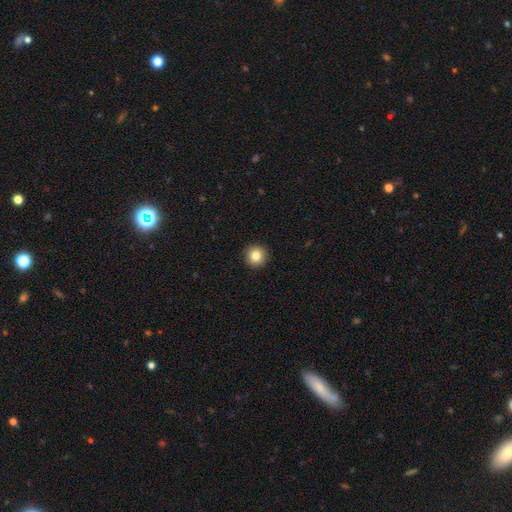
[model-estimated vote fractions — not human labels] The model was most divided on "smooth or featured": smooth: 84%, star or artifact: 10%, featured or disk: 6%. More confident: how rounded — round (95%); merging — none (92%).